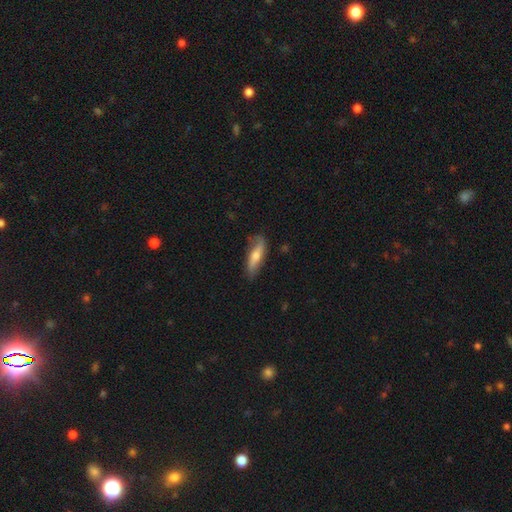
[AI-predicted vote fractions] smooth-or-featured: smooth: 48% | featured or disk: 46% | star or artifact: 6%
  merging: none: 72% | minor disturbance: 21% | major disturbance: 5% | merger: 2%